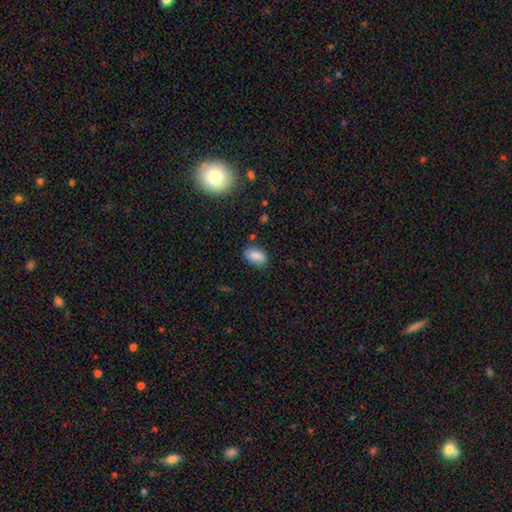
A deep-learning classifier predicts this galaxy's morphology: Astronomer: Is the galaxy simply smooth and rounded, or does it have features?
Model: smooth — 86%.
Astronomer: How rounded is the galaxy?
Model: in between — 90%.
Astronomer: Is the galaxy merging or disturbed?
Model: none — 81%.